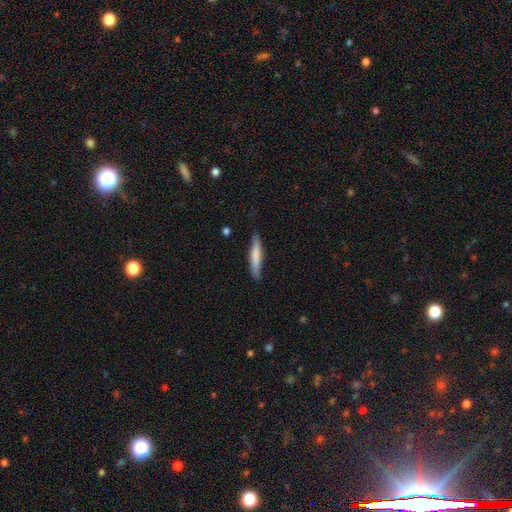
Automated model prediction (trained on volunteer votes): The model was most divided on "smooth or featured": smooth: 71%, featured or disk: 24%, star or artifact: 5%. More confident: how rounded — cigar-shaped (92%); merging — none (81%).